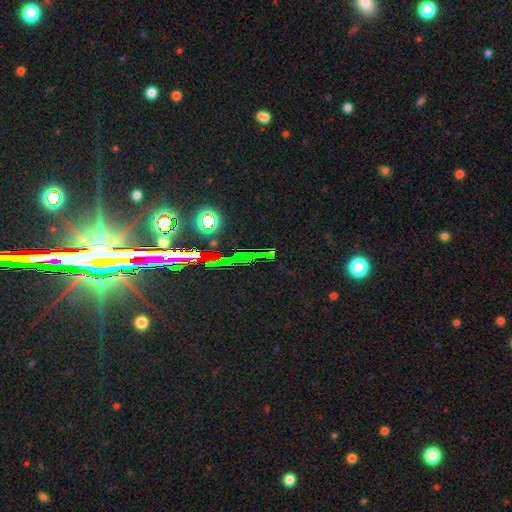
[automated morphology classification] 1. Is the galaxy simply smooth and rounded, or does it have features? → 80% star or artifact, 12% smooth, 8% featured or disk.